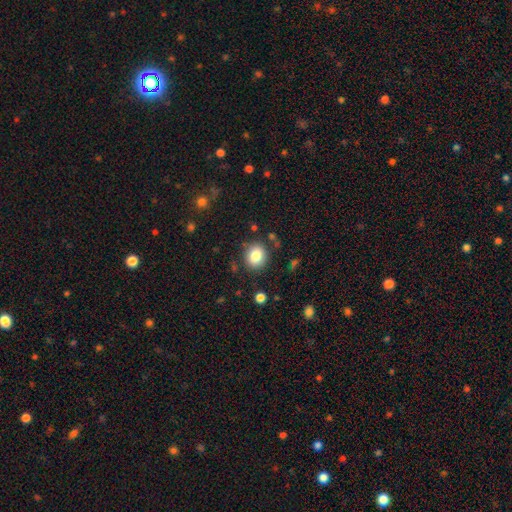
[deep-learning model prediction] Smooth or featured: smooth — 83% (star or artifact — 10%)
How rounded: round — 70% (in between — 29%)
Merging: none — 85% (minor disturbance — 10%)